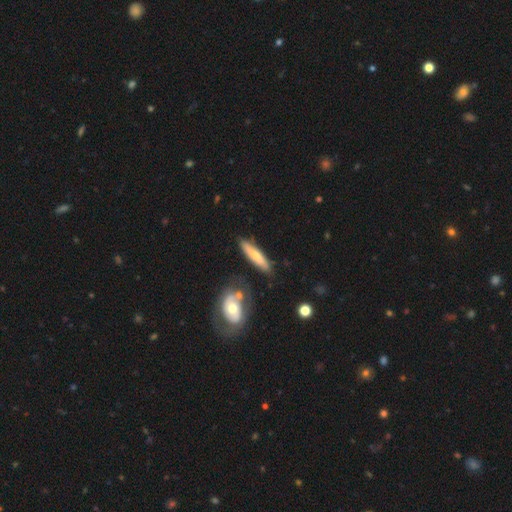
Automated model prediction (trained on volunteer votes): A smooth galaxy with no disk features (59%) that is cigar-shaped (82%). Merging: none (76%).